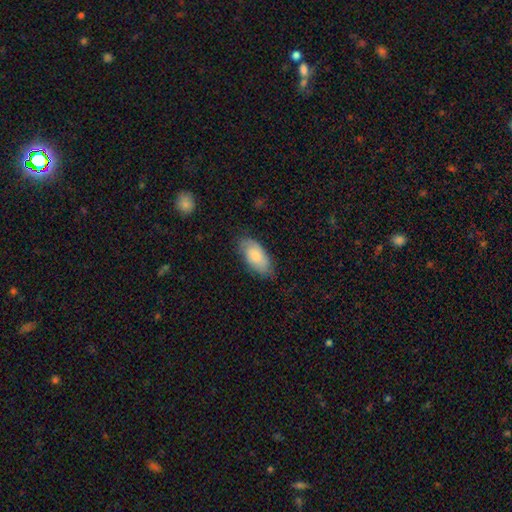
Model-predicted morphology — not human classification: smooth_or_featured: smooth (p=0.71) [alt: featured or disk p=0.23]
how_rounded: in between (p=0.93) [alt: cigar-shaped p=0.04]
merging: none (p=0.75) [alt: minor disturbance p=0.20]